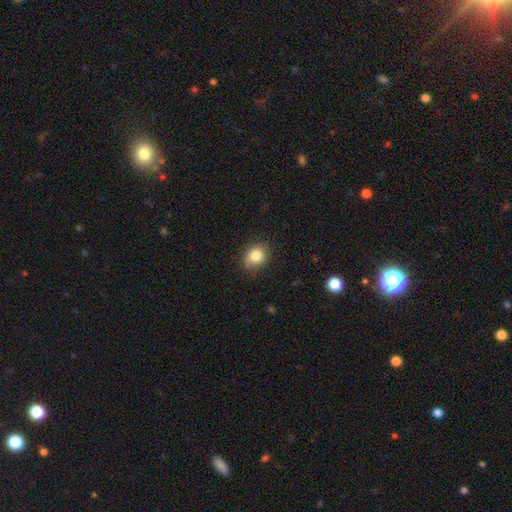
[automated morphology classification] The model was most divided on "how rounded": round: 62%, in between: 37%, cigar-shaped: 1%. More confident: smooth or featured — smooth (82%); merging — none (73%).